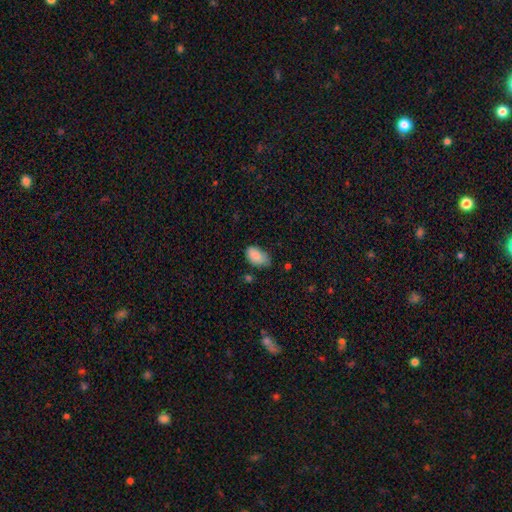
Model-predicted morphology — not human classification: type=smooth (87%); roundness=in between (92%); merging=none (55%).